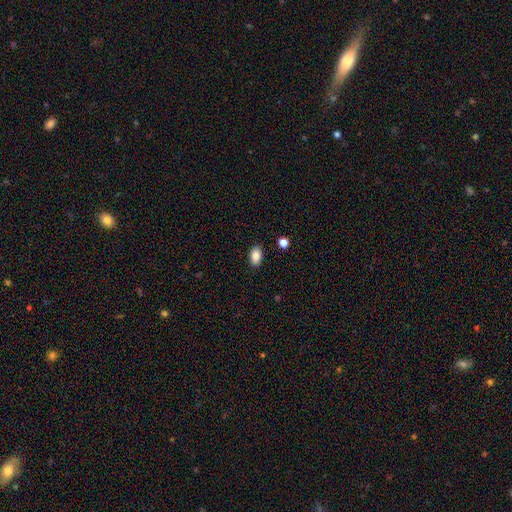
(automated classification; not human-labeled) A smooth galaxy with no disk features (86%) that is in between round and cigar-shaped (90%).

Vote fractions:
- Smooth or featured? smooth: 86% / star or artifact: 8% / featured or disk: 5%
- How rounded? in between: 90% / round: 9% / cigar-shaped: 2%
- Merging? none: 87% / minor disturbance: 9% / major disturbance: 2% / merger: 2%